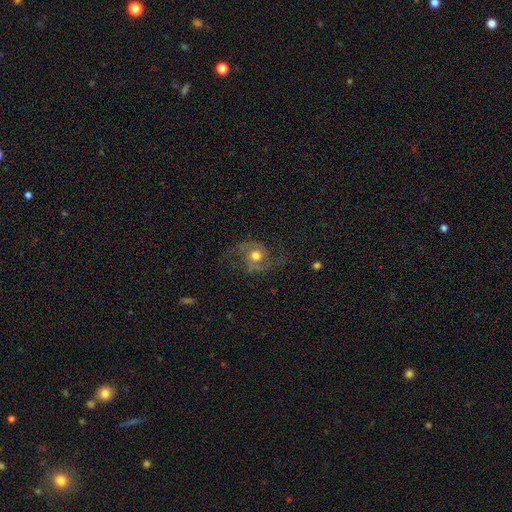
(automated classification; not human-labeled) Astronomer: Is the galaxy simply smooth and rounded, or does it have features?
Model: featured or disk — 79%.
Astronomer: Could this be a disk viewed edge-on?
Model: no — 97%.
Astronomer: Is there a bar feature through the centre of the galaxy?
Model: no — 72%.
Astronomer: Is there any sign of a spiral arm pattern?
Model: yes — 93%.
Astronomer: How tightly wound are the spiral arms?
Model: loose — 45%, tied with medium at 45%.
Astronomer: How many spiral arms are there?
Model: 2 — 92%.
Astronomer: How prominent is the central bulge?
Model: moderate — 71%.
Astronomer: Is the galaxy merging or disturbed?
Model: none — 66%.